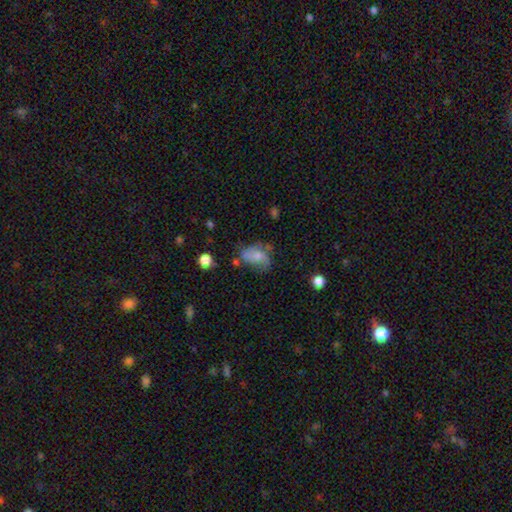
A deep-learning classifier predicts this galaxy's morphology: Smooth or featured? smooth (57%)
How rounded? in between (80%)
Merging? none (39%)